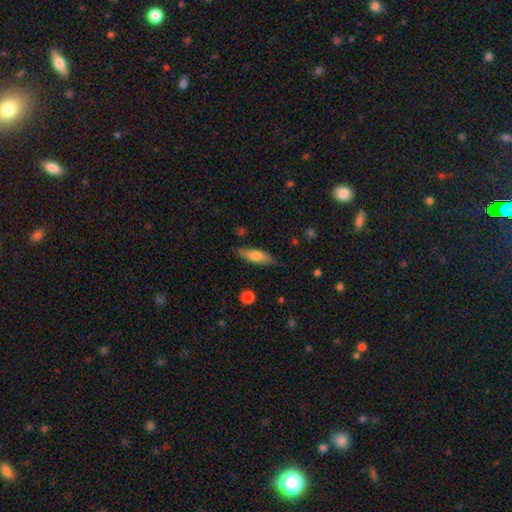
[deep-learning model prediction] Morphology: type=smooth (69%); roundness=cigar-shaped (50%); merging=none (80%).